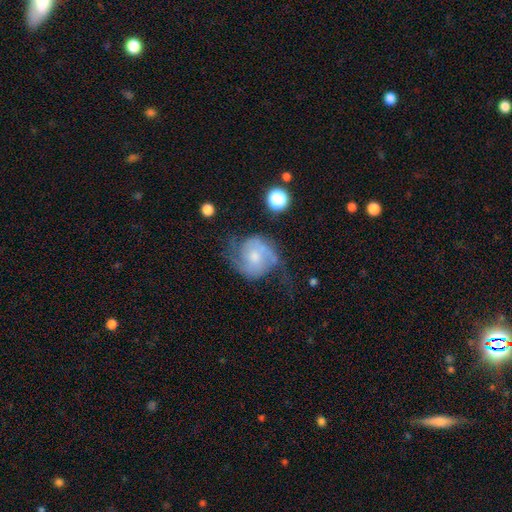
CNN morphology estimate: Overall: featured or disk (73%). Edge-on disk: no (98%). Bar: no (67%; weak 28%). Spiral arms: yes (92%). Spiral arm count: 2 (77%). Spiral winding: medium (46%; loose 29%). Bulge size: moderate (47%; small 37%). Merging: none (52%; minor disturbance 25%).